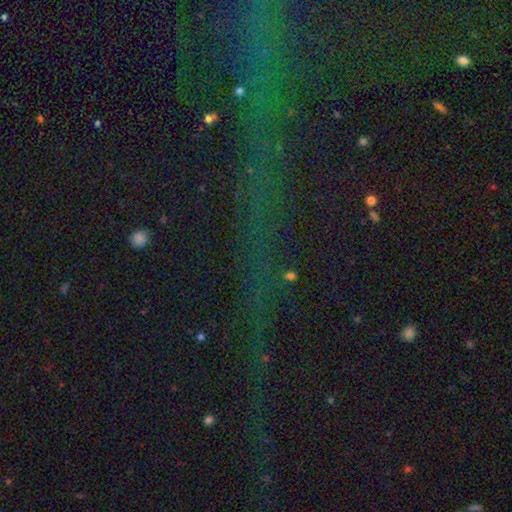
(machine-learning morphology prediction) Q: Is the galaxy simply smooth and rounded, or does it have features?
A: star or artifact — 73%.